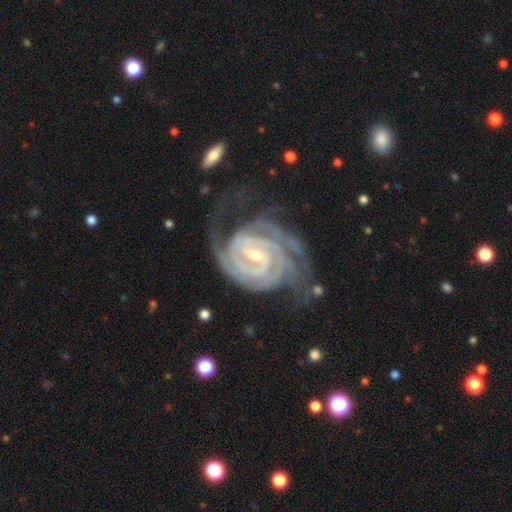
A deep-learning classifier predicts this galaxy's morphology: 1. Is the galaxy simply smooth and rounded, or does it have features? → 94% featured or disk, 4% star or artifact, 2% smooth.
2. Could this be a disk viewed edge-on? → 98% no, 2% yes.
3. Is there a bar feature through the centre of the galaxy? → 46% weak, 38% strong, 15% no.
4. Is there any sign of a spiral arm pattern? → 99% yes, 1% no.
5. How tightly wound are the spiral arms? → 79% tight, 18% medium, 2% loose.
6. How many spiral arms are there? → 42% 2, 23% 3, 13% 4, 11% can't tell, 6% more than 4, 6% 1.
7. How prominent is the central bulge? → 64% small, 32% moderate, 2% none, 1% large, 1% dominant.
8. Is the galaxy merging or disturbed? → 61% none, 21% minor disturbance, 15% major disturbance, 2% merger.